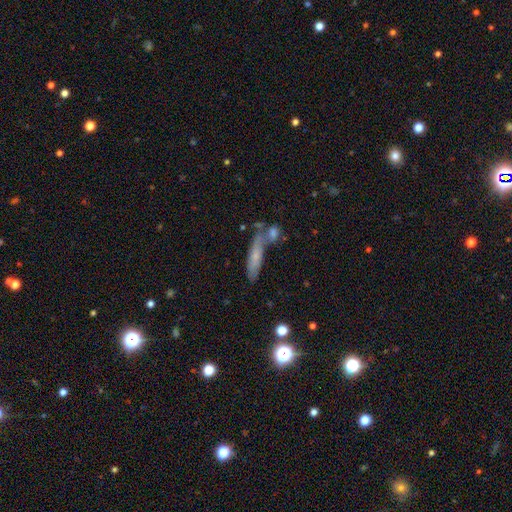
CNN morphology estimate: The model was most divided on "smooth or featured": smooth: 55%, featured or disk: 35%, star or artifact: 11%. More confident: how rounded — cigar-shaped (76%); merging — none (52%).